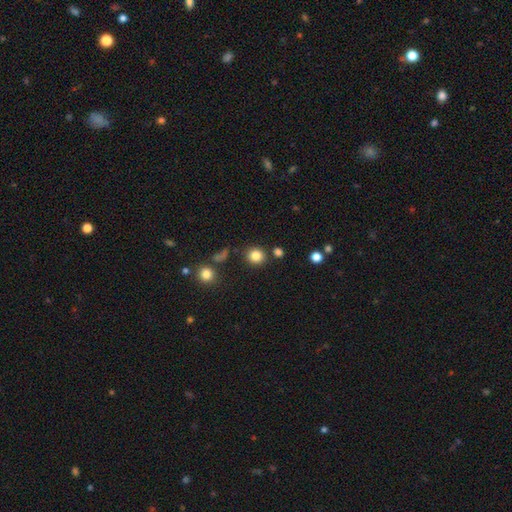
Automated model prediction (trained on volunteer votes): Smooth or featured: smooth — 84% (star or artifact — 11%)
How rounded: round — 88% (in between — 11%)
Merging: none — 83% (minor disturbance — 8%)